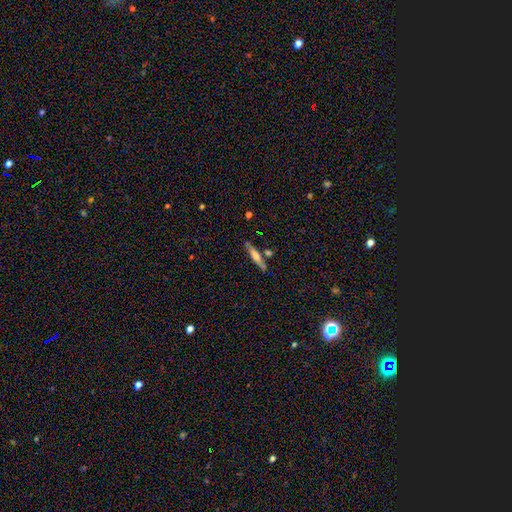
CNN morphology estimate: smooth 55%, featured or disk 38%, star or artifact 7%. Down the decision tree: how rounded — cigar-shaped (87%); merging — none (76%).